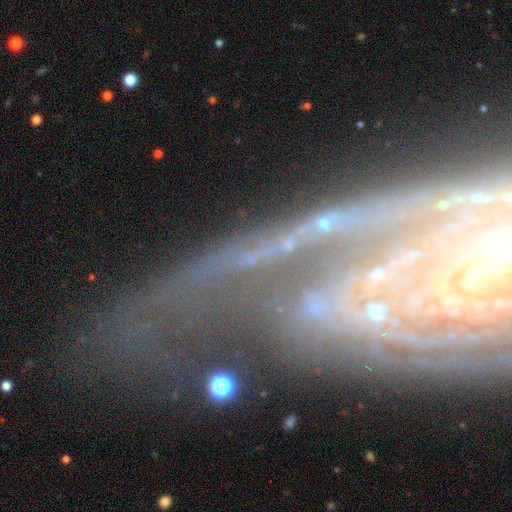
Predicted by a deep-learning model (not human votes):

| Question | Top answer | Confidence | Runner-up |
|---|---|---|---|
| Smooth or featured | featured or disk | 61% | star or artifact (25%) |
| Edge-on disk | no | 85% | yes (15%) |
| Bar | no | 62% | weak (21%) |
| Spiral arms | yes | 71% | no (29%) |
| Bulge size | small | 45% | none (30%) |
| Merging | none | 45% | major disturbance (28%) |